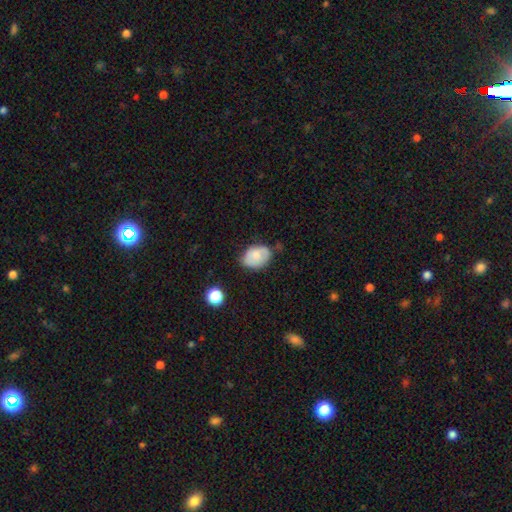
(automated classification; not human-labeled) Morphology: type=smooth (71%); roundness=in between (78%); merging=none (59%).